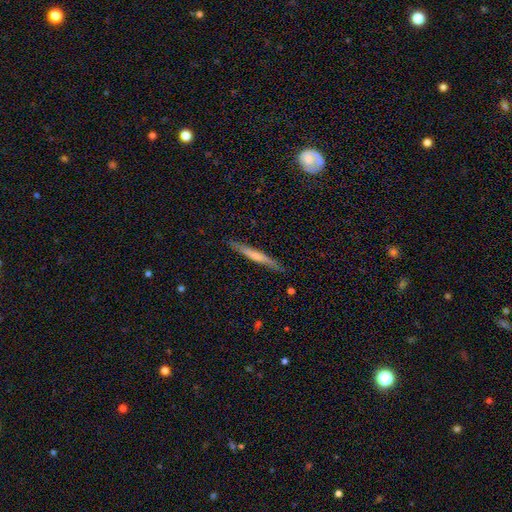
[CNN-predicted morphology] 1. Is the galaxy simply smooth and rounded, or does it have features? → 49% smooth, 45% featured or disk, 6% star or artifact.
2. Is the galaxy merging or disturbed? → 86% none, 11% minor disturbance, 2% major disturbance, 1% merger.